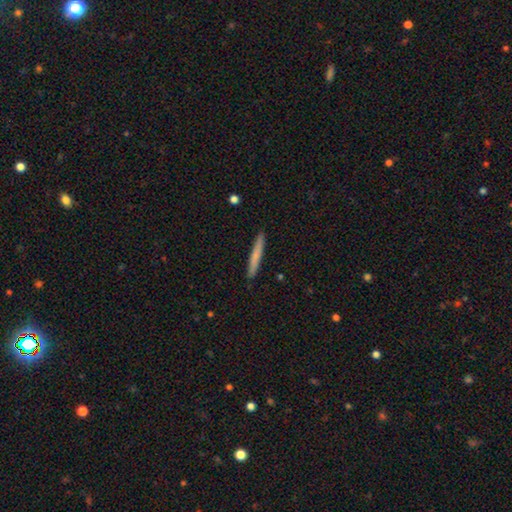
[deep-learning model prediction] The model was most divided on "smooth or featured": smooth: 72%, featured or disk: 23%, star or artifact: 5%. More confident: how rounded — cigar-shaped (96%); merging — none (91%).